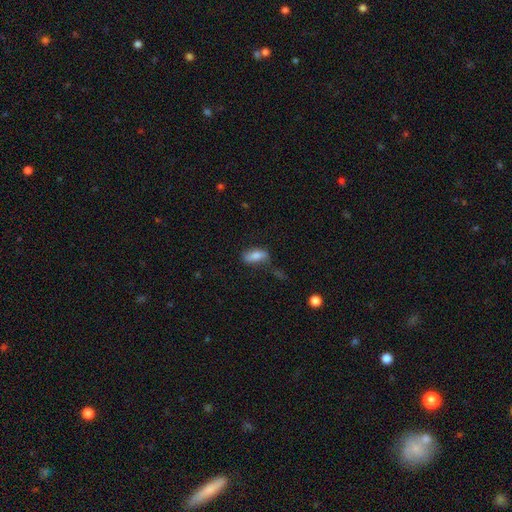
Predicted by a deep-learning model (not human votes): smooth_or_featured: smooth (p=0.77) [alt: featured or disk p=0.15]
how_rounded: in between (p=0.80) [alt: cigar-shaped p=0.16]
merging: none (p=0.61) [alt: minor disturbance p=0.24]